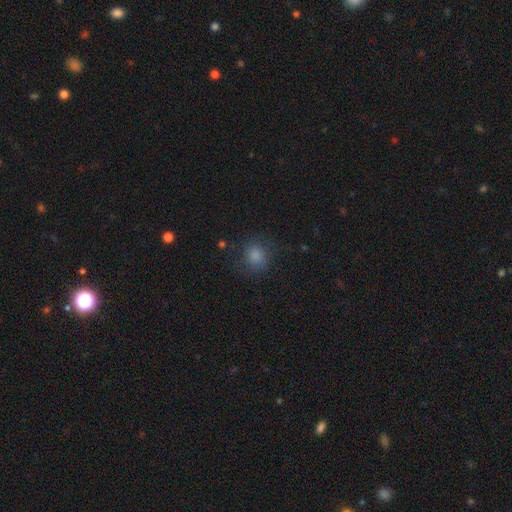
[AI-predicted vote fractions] Smooth or featured?
  - smooth: 84% *
  - star or artifact: 11%
  - featured or disk: 5%
How rounded?
  - round: 85% *
  - in between: 15%
  - cigar-shaped: 1%
Merging?
  - none: 80% *
  - minor disturbance: 13%
  - major disturbance: 6%
  - merger: 1%